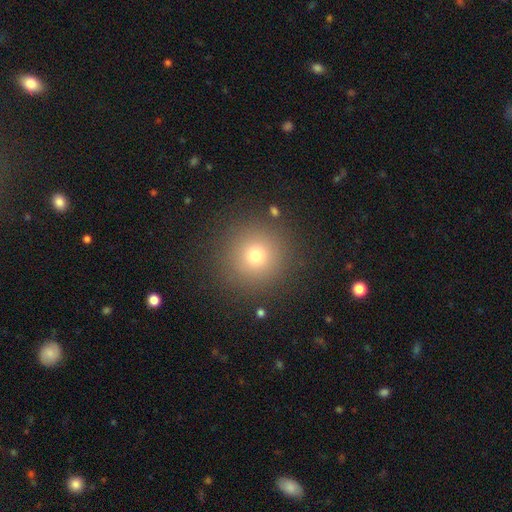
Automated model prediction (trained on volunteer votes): This appears to be a smooth galaxy with no disk features (72%) that is round (95%). Merging: none (89%).